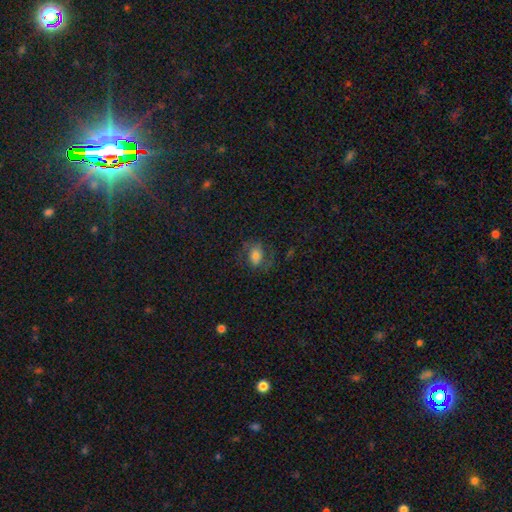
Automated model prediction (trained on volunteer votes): Q: Smooth or featured?
A: smooth (62%); runner-up: featured or disk (25%)
Q: How rounded?
A: in between (76%); runner-up: round (22%)
Q: Merging?
A: none (64%); runner-up: minor disturbance (19%)